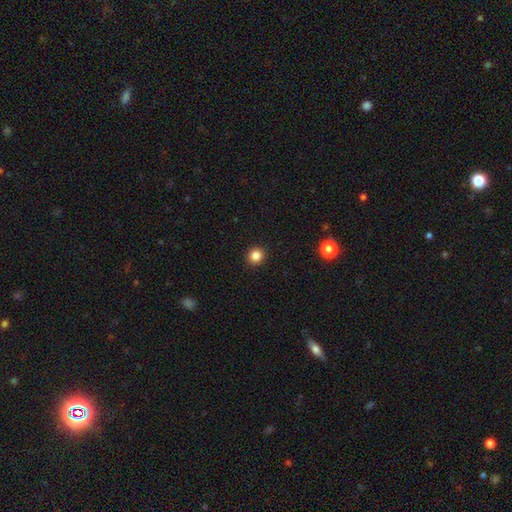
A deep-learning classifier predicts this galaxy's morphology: Smooth or featured?
  - smooth: 85% *
  - star or artifact: 11%
  - featured or disk: 4%
How rounded?
  - round: 91% *
  - in between: 8%
  - cigar-shaped: 1%
Merging?
  - none: 93% *
  - minor disturbance: 4%
  - major disturbance: 2%
  - merger: 1%